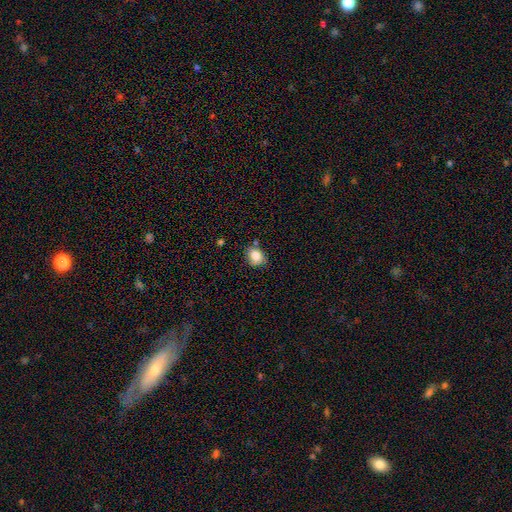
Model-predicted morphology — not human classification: smooth-or-featured: smooth: 83% | star or artifact: 10% | featured or disk: 8%
  how-rounded: round: 53% | in between: 46% | cigar-shaped: 1%
  merging: none: 67% | minor disturbance: 22% | merger: 6% | major disturbance: 4%